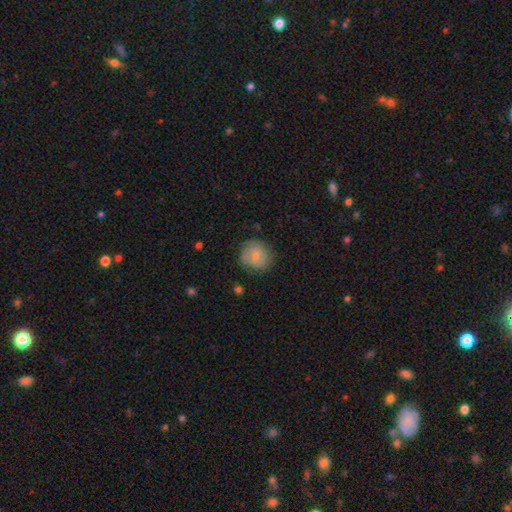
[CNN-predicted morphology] This appears to be a smooth galaxy with no disk features (72%) that is round (86%). Merging: none (74%).